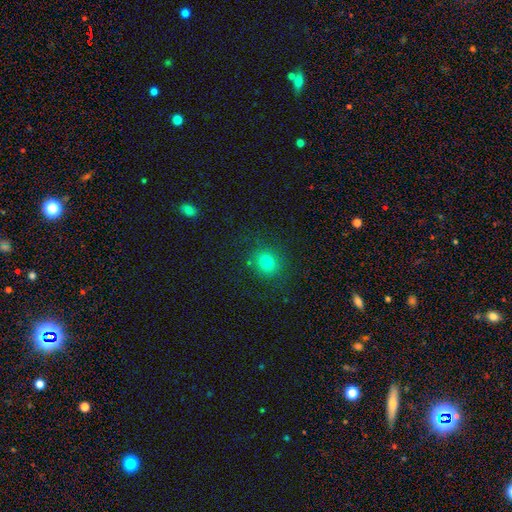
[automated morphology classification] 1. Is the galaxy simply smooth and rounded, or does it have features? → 60% smooth, 31% star or artifact, 9% featured or disk.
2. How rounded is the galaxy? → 89% round, 10% in between, 1% cigar-shaped.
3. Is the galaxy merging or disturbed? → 88% none, 8% minor disturbance, 3% major disturbance, 1% merger.